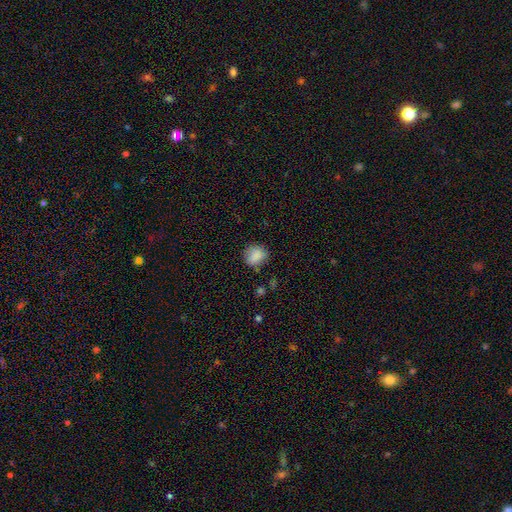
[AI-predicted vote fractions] Q: Smooth or featured?
A: smooth (85%); runner-up: star or artifact (9%)
Q: How rounded?
A: round (72%); runner-up: in between (27%)
Q: Merging?
A: none (76%); runner-up: minor disturbance (17%)